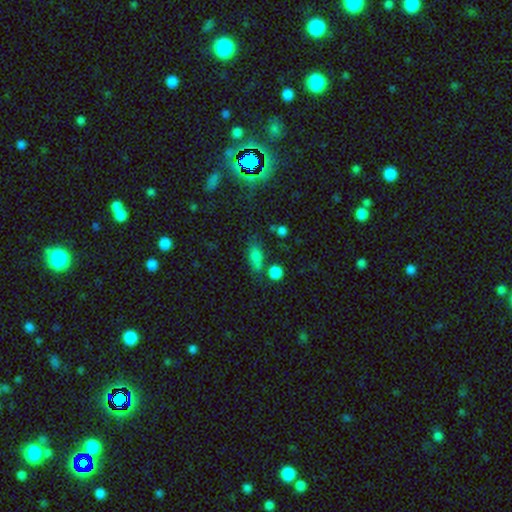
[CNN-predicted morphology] Overall: smooth (73%). How rounded: in between (70%). Merging: none (59%).